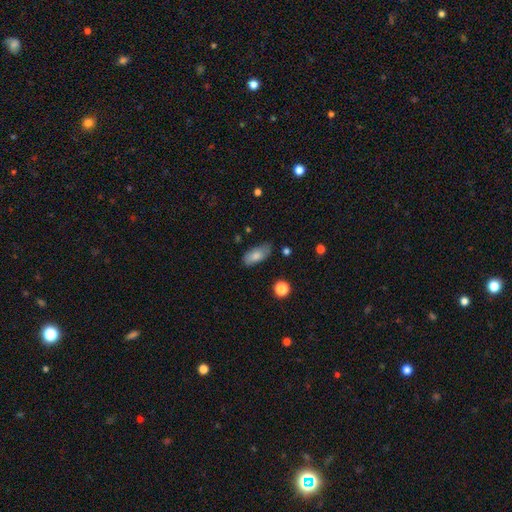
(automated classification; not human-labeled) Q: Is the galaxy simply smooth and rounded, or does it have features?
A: smooth — 80%.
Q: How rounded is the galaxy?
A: in between — 88%.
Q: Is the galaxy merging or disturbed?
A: none — 72%.